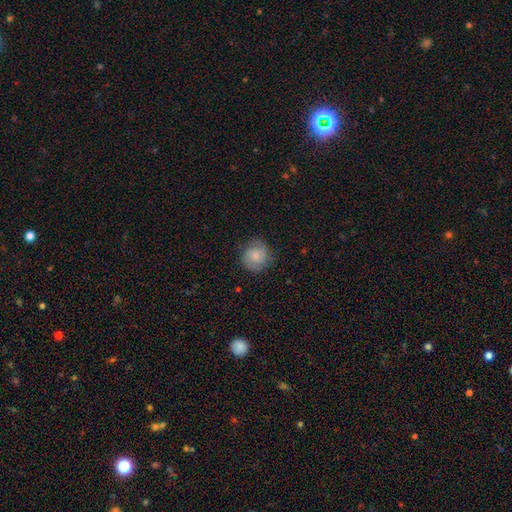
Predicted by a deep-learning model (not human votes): A smooth galaxy with no disk features (69%) that is round (87%).

Vote fractions:
- Smooth or featured? smooth: 69% / featured or disk: 23% / star or artifact: 8%
- How rounded? round: 87% / in between: 12% / cigar-shaped: 1%
- Merging? none: 79% / minor disturbance: 15% / major disturbance: 5% / merger: 1%